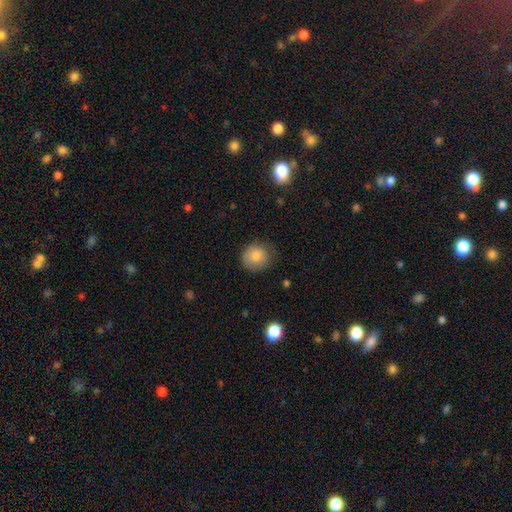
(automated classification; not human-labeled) smooth-or-featured: smooth: 85% | star or artifact: 8% | featured or disk: 7%
  how-rounded: round: 85% | in between: 14% | cigar-shaped: 1%
  merging: none: 77% | minor disturbance: 17% | major disturbance: 4% | merger: 1%